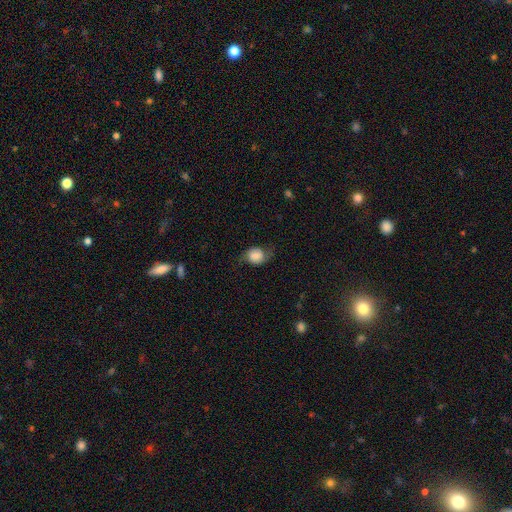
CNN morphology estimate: The model was most divided on "how rounded": round: 64%, in between: 35%, cigar-shaped: 1%. More confident: merging — none (63%); smooth or featured — smooth (61%).